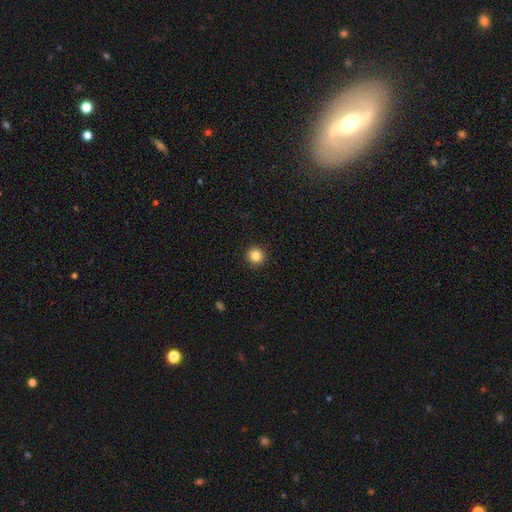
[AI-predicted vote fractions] smooth_or_featured: smooth (p=0.83) [alt: star or artifact p=0.12]
how_rounded: round (p=0.95) [alt: in between p=0.04]
merging: none (p=0.93) [alt: minor disturbance p=0.04]